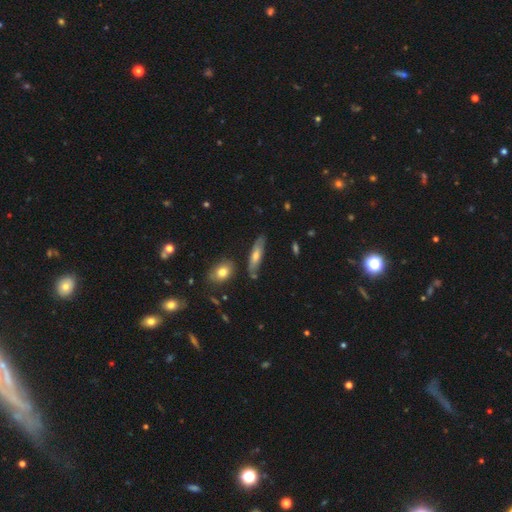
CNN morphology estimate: smooth_or_featured: smooth (p=0.57) [alt: featured or disk p=0.36]
how_rounded: cigar-shaped (p=0.64) [alt: in between p=0.34]
merging: none (p=0.75) [alt: minor disturbance p=0.17]